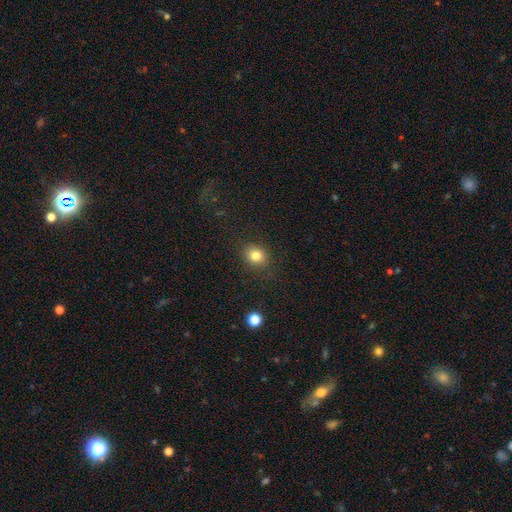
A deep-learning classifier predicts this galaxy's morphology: Smooth or featured? Predicted: smooth (p=0.82). How rounded? Predicted: round (p=0.62). Merging? Predicted: none (p=0.86).